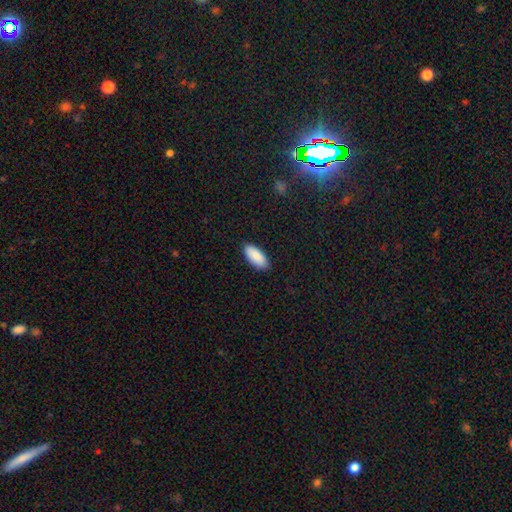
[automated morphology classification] Smooth or featured? Predicted: smooth (p=0.89). How rounded? Predicted: in between (p=0.90). Merging? Predicted: none (p=0.88).